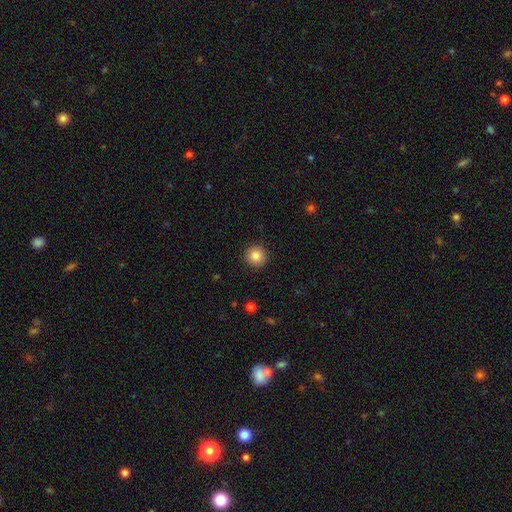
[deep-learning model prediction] Overall: smooth (85%). How rounded: round (95%). Merging: none (92%).